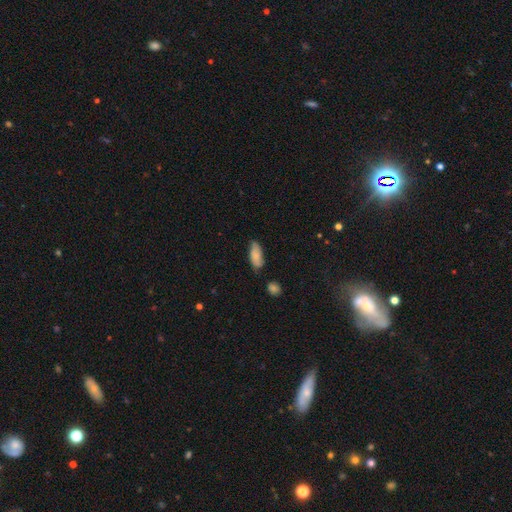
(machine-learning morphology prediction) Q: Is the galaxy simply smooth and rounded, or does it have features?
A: smooth — 71%.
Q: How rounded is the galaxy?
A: in between — 83%.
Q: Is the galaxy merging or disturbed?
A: none — 64%.